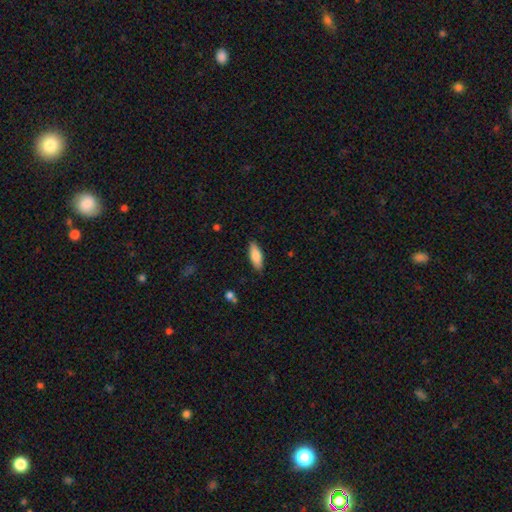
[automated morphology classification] type=smooth (79%); roundness=in between (67%); merging=none (87%).